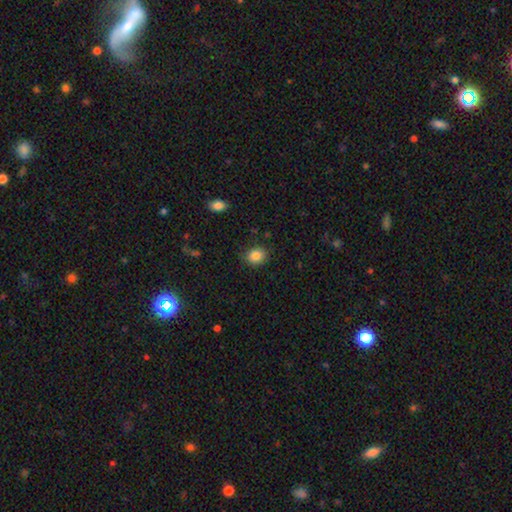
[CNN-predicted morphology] Q: Smooth or featured?
A: smooth (86%); runner-up: star or artifact (10%)
Q: How rounded?
A: round (64%); runner-up: in between (36%)
Q: Merging?
A: none (82%); runner-up: minor disturbance (13%)